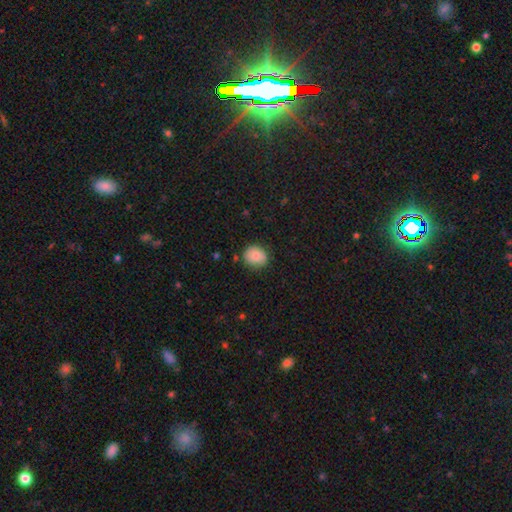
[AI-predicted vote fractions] A smooth galaxy with no disk features (80%) that is round (68%).

Vote fractions:
- Smooth or featured? smooth: 80% / featured or disk: 11% / star or artifact: 8%
- How rounded? round: 68% / in between: 32% / cigar-shaped: 1%
- Merging? none: 79% / minor disturbance: 17% / major disturbance: 3% / merger: 1%